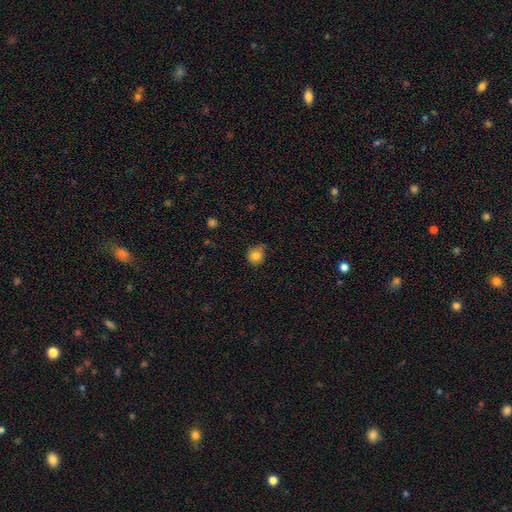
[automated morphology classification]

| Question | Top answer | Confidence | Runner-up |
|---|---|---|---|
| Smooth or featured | smooth | 83% | star or artifact (11%) |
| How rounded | round | 87% | in between (12%) |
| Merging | none | 75% | minor disturbance (20%) |